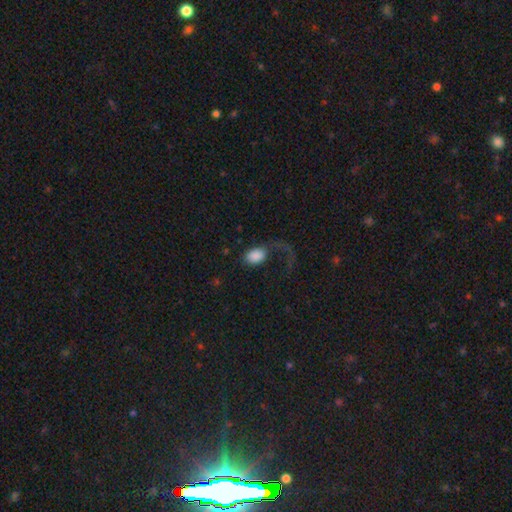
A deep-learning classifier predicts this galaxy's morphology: This appears to be a smooth galaxy with no disk features (79%) that is in between round and cigar-shaped (85%). Merging: major disturbance (52%).